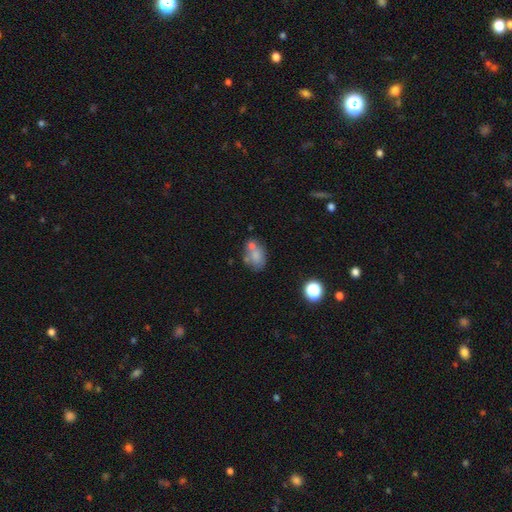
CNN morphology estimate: A smooth galaxy with no disk features (67%) that is in between round and cigar-shaped (75%).

Vote fractions:
- Smooth or featured? smooth: 67% / featured or disk: 21% / star or artifact: 11%
- How rounded? in between: 75% / round: 23% / cigar-shaped: 2%
- Merging? none: 44% / merger: 32% / minor disturbance: 17% / major disturbance: 7%